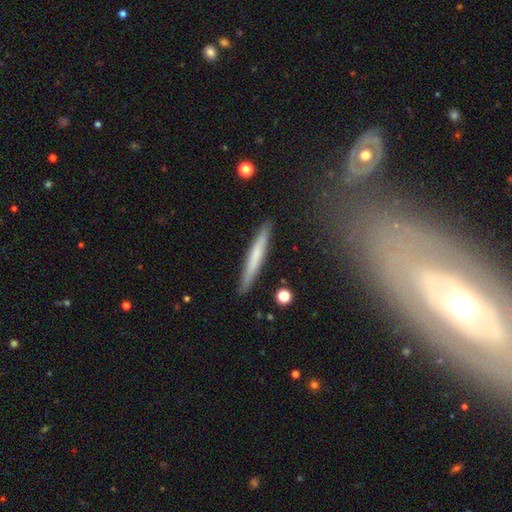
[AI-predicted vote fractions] Q: Smooth or featured?
A: smooth (59%); runner-up: featured or disk (35%)
Q: How rounded?
A: cigar-shaped (96%); runner-up: in between (3%)
Q: Merging?
A: none (89%); runner-up: minor disturbance (8%)